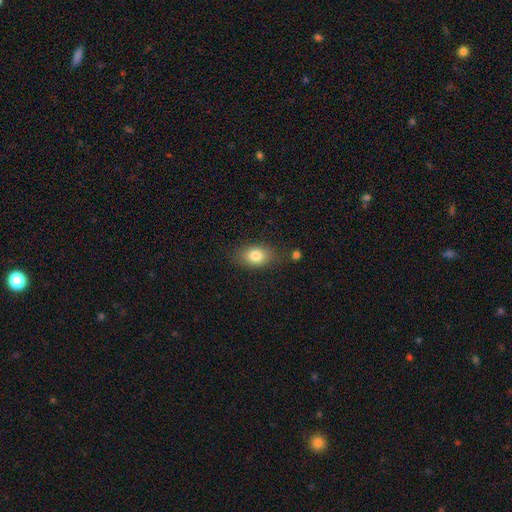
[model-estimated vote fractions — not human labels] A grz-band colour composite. It shows a smooth galaxy with no disk features (82%) that is in between round and cigar-shaped (81%). Merging: none (79%).